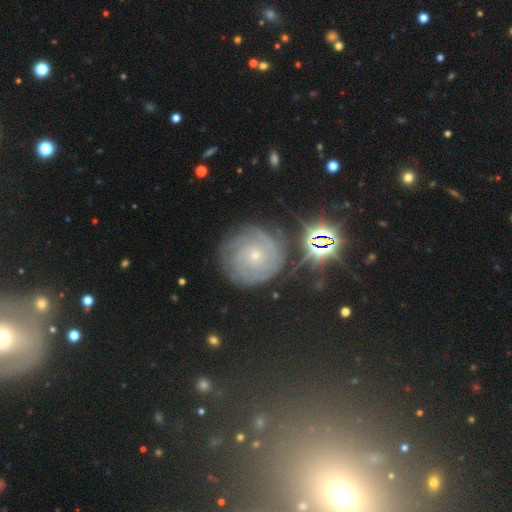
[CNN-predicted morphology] This is likely a featured or disk galaxy (78%). It is clearly not viewed edge-on (97%). Bar: clearly no (82%). Spiral arm pattern: clearly yes (96%). Spiral arm count: marginally can't tell (29%). Spiral winding: clearly tight (81%). Central bulge: clearly small (83%). Merging: likely none (78%).